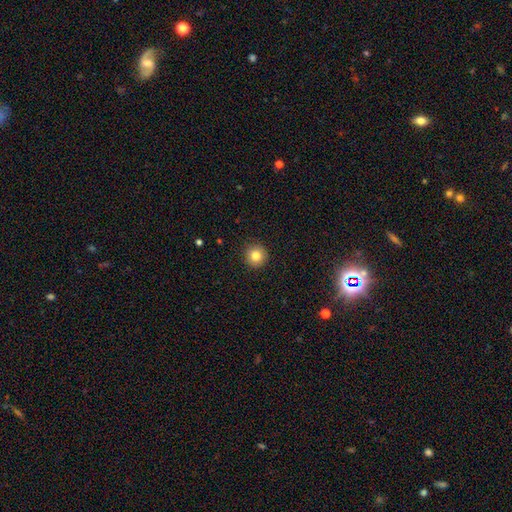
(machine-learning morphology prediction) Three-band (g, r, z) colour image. It shows a smooth galaxy with no disk features (83%) that is round (95%). Merging: none (92%).